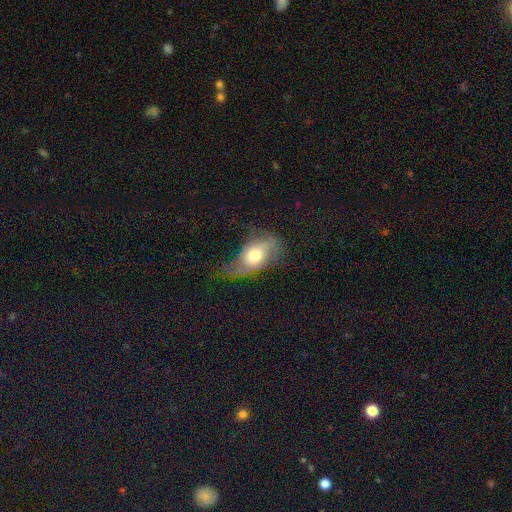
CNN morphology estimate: type=smooth (56%); roundness=in between (83%); merging=none (35%).